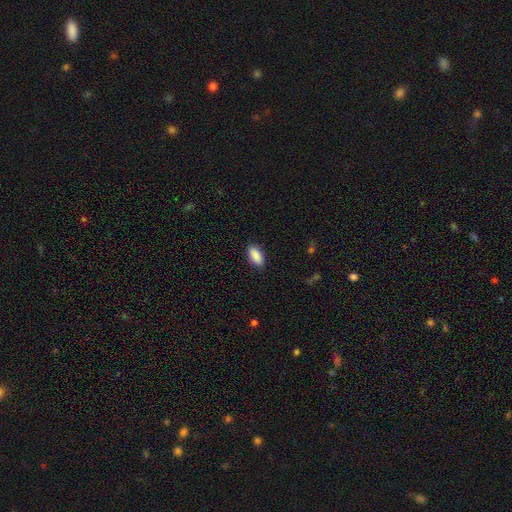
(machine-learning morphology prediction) This appears to be a smooth galaxy with no disk features (90%) that is in between round and cigar-shaped (91%). Merging: none (87%).